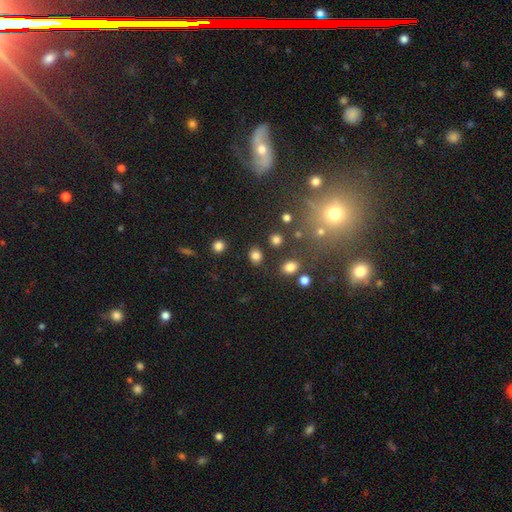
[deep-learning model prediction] smooth 81%, star or artifact 13%, featured or disk 6%. Down the decision tree: how rounded — round (55%); merging — none (83%).